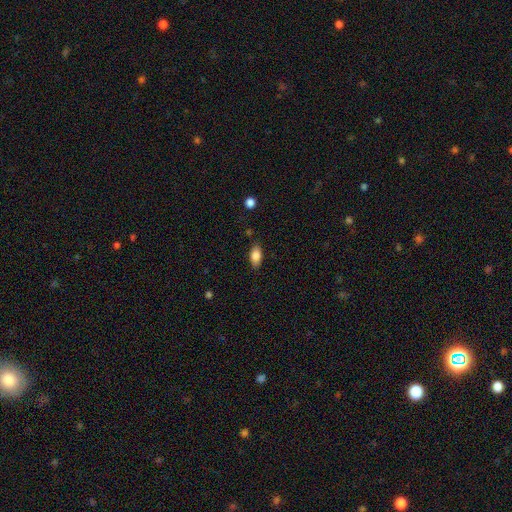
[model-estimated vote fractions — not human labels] Q: Smooth or featured?
A: smooth (83%); runner-up: featured or disk (9%)
Q: How rounded?
A: in between (89%); runner-up: cigar-shaped (7%)
Q: Merging?
A: none (84%); runner-up: minor disturbance (12%)